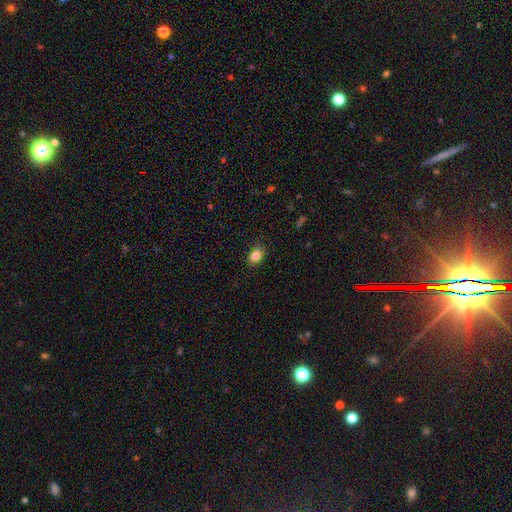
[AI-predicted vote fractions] smooth-or-featured: smooth: 84% | star or artifact: 10% | featured or disk: 6%
  how-rounded: in between: 68% | round: 31% | cigar-shaped: 1%
  merging: none: 85% | minor disturbance: 12% | major disturbance: 3% | merger: 1%